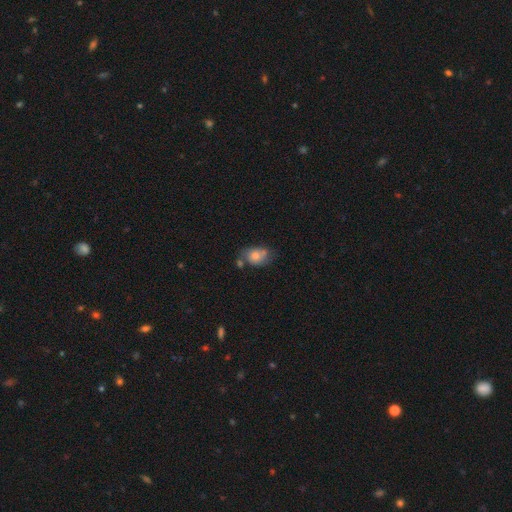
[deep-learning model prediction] Smooth or featured?
  - smooth: 68% *
  - featured or disk: 23%
  - star or artifact: 9%
How rounded?
  - in between: 72% *
  - round: 26%
  - cigar-shaped: 1%
Merging?
  - none: 48% *
  - minor disturbance: 24%
  - merger: 20%
  - major disturbance: 8%